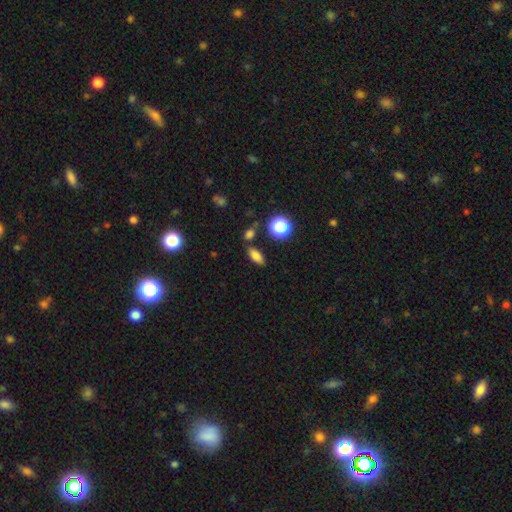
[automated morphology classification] type=smooth (78%); roundness=in between (77%); merging=none (82%).